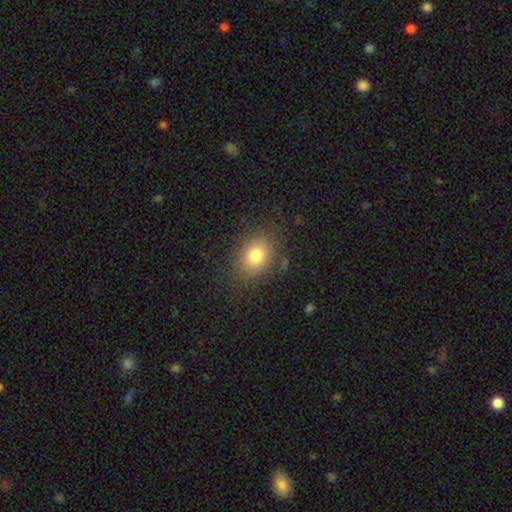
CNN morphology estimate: smooth_or_featured: smooth (p=0.80) [alt: star or artifact p=0.11]
how_rounded: in between (p=0.65) [alt: round p=0.34]
merging: none (p=0.82) [alt: minor disturbance p=0.12]